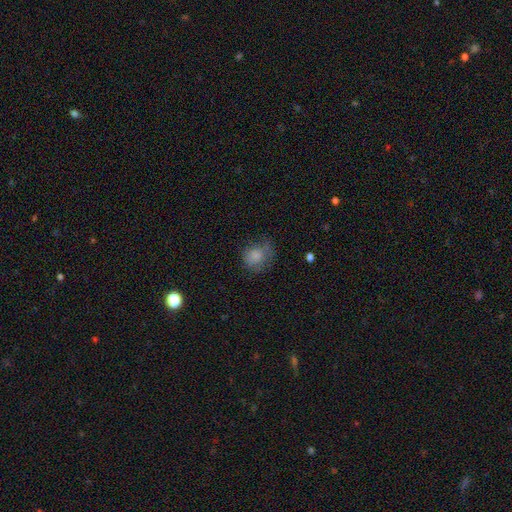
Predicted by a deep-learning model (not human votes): A smooth galaxy with no disk features (78%) that is round (74%). Merging: none (52%).